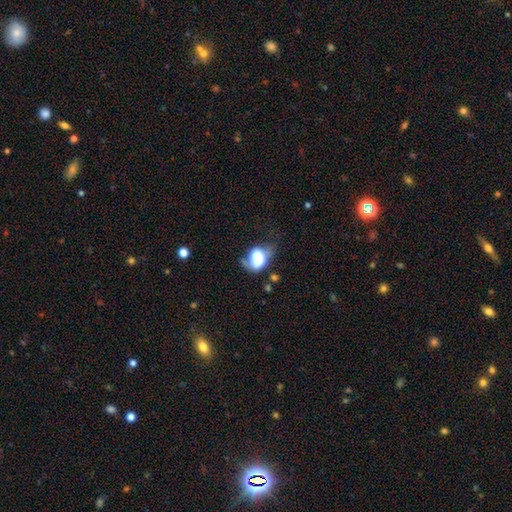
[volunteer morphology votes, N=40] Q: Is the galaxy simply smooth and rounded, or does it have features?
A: smooth — 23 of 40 (57%).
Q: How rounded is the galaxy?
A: in between — 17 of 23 (74%).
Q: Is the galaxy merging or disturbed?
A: major disturbance — 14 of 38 (37%).